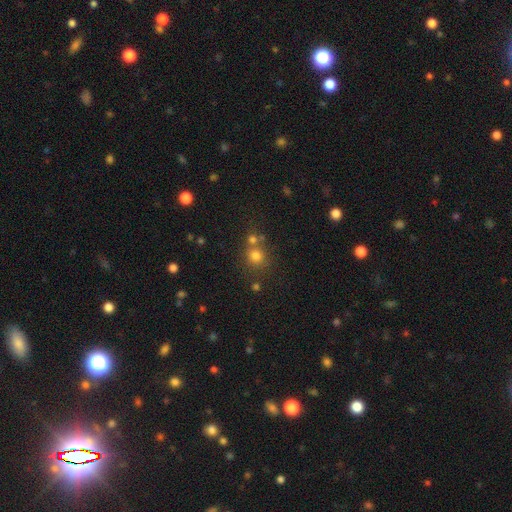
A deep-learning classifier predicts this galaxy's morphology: This is likely a smooth galaxy (75%). How rounded: clearly round (87%). Merging: likely none (61%).